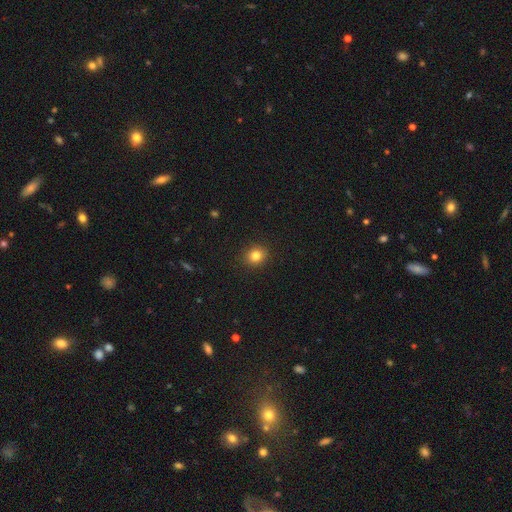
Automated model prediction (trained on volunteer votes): This appears to be a smooth galaxy with no disk features (82%) that is round (78%). Merging: none (91%).